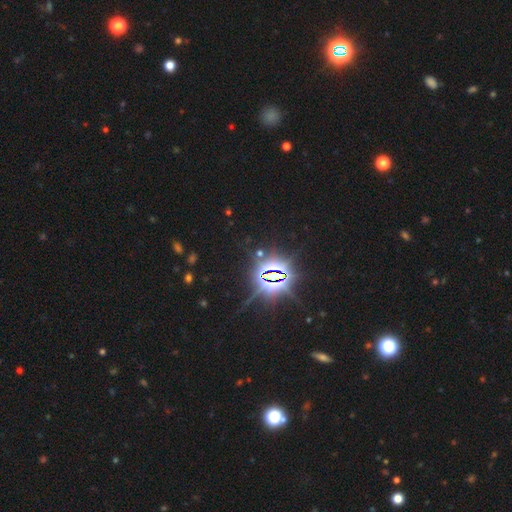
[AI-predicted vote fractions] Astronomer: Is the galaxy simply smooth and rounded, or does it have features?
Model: star or artifact — 85%.